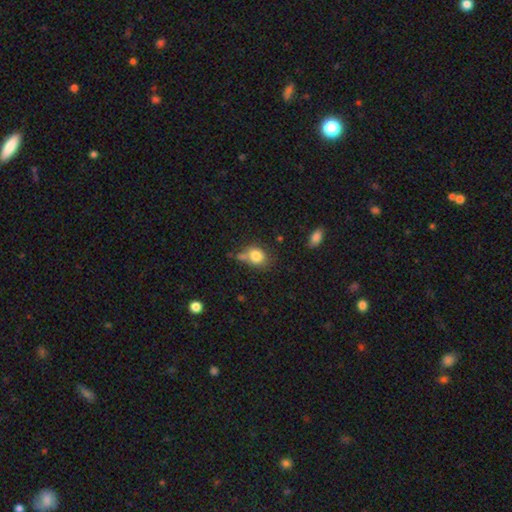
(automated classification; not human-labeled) Smooth or featured: smooth — 81% (star or artifact — 10%)
How rounded: round — 63% (in between — 36%)
Merging: none — 51% (merger — 22%)